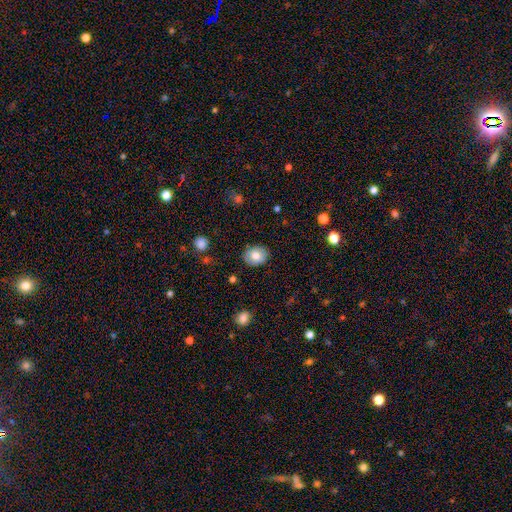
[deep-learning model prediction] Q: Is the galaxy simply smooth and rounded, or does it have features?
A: smooth — 77%.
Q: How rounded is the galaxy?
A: round — 51%.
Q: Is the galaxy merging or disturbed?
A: none — 87%.